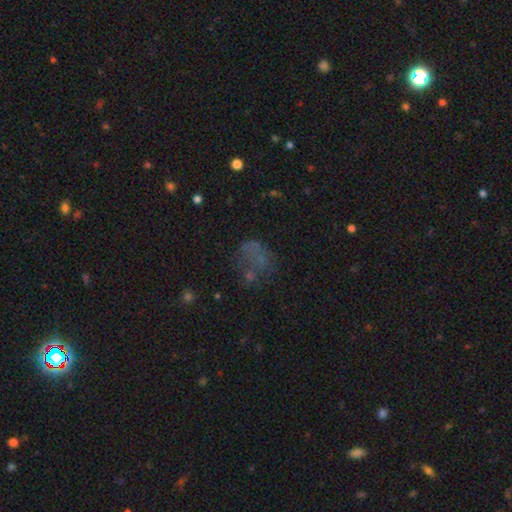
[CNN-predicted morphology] Overall: smooth (40%; star or artifact 33%). Merging: none (46%; major disturbance 26%).